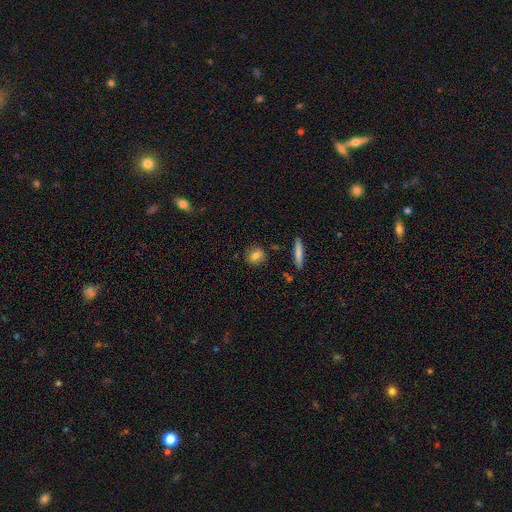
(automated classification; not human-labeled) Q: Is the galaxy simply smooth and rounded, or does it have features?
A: smooth — 79%.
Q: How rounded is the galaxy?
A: round — 74%.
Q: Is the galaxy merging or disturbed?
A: none — 86%.